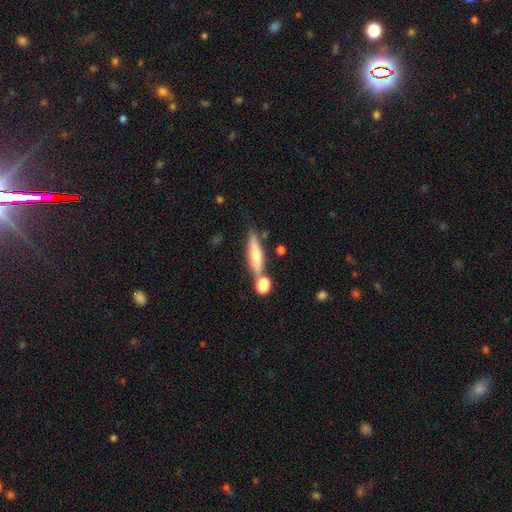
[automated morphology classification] The model was most divided on "smooth or featured": featured or disk: 47%, smooth: 46%, star or artifact: 8%. More confident: merging — none (63%).